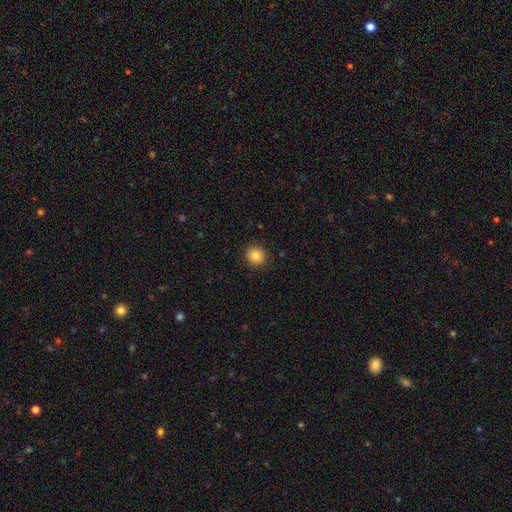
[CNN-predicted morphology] A smooth galaxy with no disk features (83%) that is round (88%). Merging: none (90%).